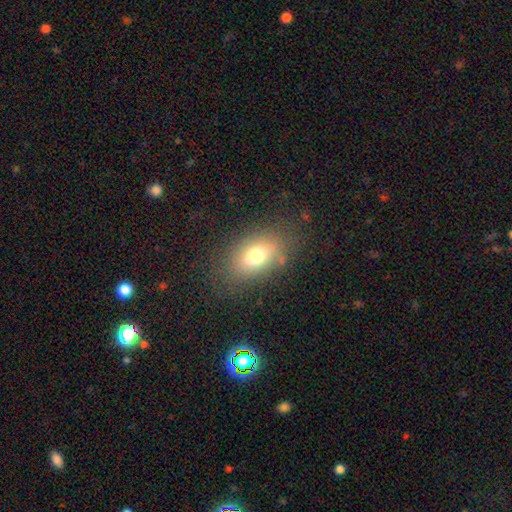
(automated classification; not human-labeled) smooth_or_featured: smooth (p=0.73) [alt: featured or disk p=0.15]
how_rounded: in between (p=0.82) [alt: round p=0.16]
merging: none (p=0.75) [alt: minor disturbance p=0.15]